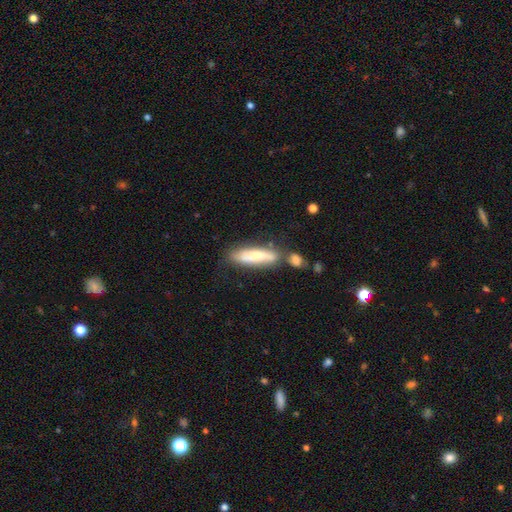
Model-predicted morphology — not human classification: smooth 60%, featured or disk 34%, star or artifact 6%. Down the decision tree: how rounded — cigar-shaped (68%); merging — none (58%).